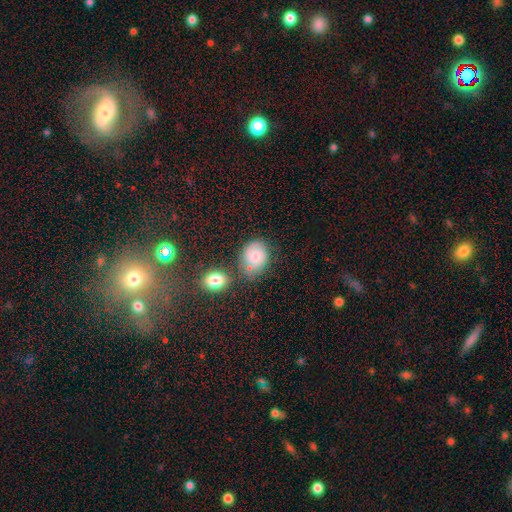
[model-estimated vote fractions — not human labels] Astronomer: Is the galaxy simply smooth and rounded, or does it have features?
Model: smooth — 52% (runner-up: featured or disk, 38%).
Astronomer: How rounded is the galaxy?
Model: in between — 52% (runner-up: round, 47%).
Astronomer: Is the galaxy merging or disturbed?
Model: none — 53%.